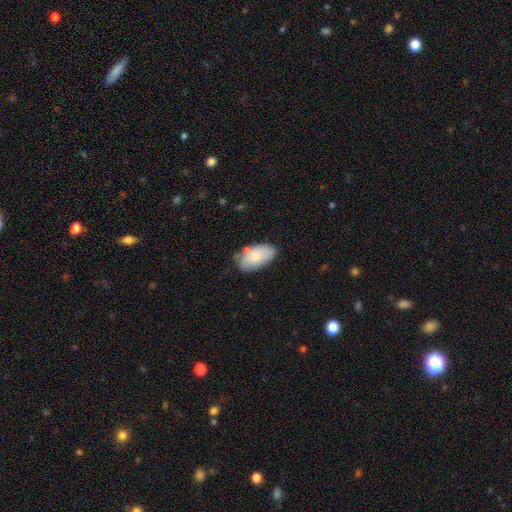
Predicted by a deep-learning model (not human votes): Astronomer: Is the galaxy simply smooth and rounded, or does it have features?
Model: smooth — 76%.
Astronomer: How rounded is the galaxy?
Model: in between — 95%.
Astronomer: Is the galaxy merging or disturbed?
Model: none — 64%.